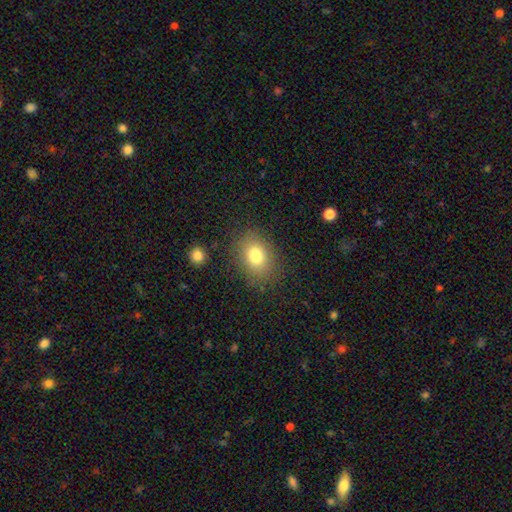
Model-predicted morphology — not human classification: type=smooth (79%); roundness=in between (64%); merging=none (82%).